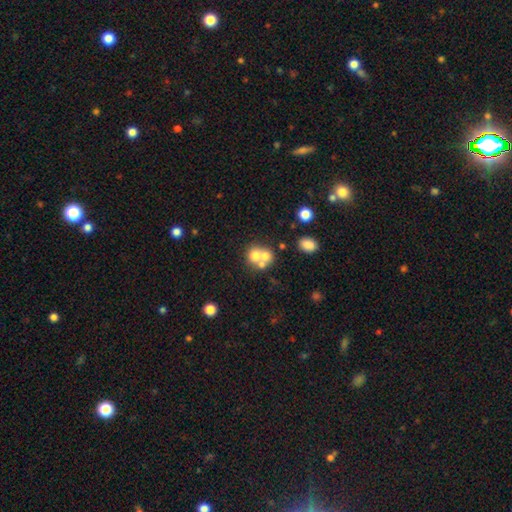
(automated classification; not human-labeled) Smooth or featured? Predicted: smooth (p=0.63). How rounded? Predicted: round (p=0.78). Merging? Predicted: merger (p=0.59).